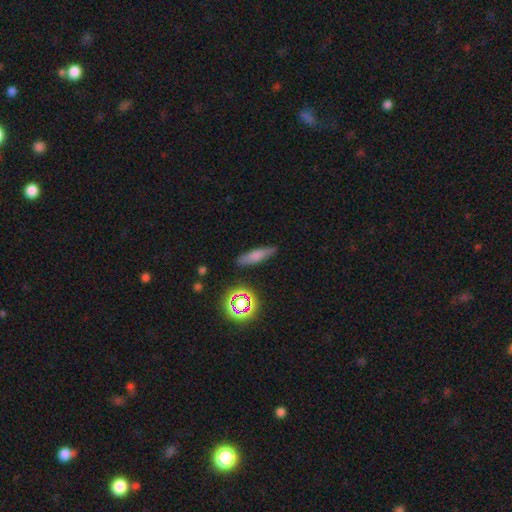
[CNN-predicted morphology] The model was most divided on "how rounded": cigar-shaped: 64%, in between: 32%, round: 4%. More confident: merging — none (81%); smooth or featured — smooth (66%).